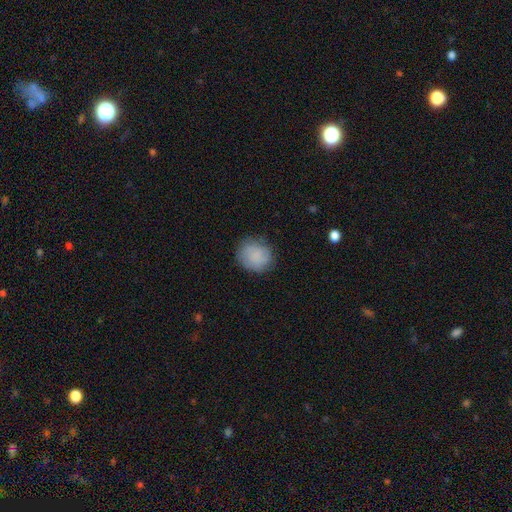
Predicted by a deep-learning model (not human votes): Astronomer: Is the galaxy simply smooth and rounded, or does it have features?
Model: smooth — 78%.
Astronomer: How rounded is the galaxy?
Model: round — 78%.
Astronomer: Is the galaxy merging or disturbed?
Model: none — 78%.